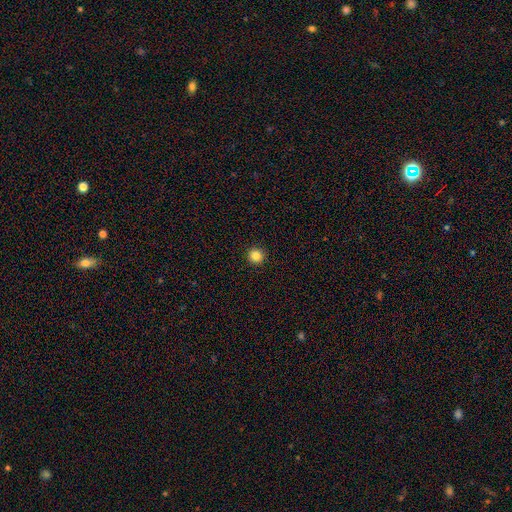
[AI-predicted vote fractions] smooth 84%, star or artifact 11%, featured or disk 4%. Down the decision tree: how rounded — round (96%); merging — none (94%).